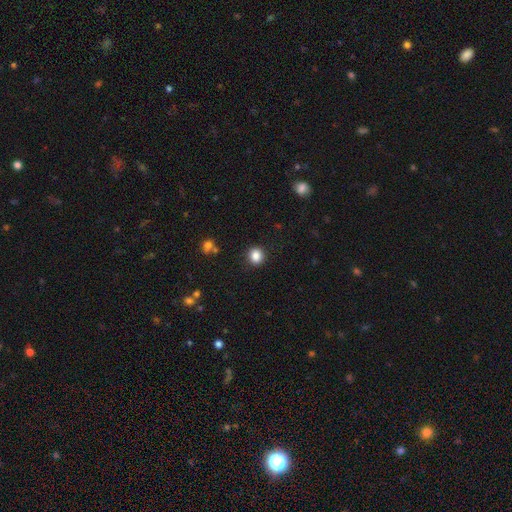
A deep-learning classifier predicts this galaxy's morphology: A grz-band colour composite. It shows a smooth galaxy with no disk features (86%) that is round (83%). Merging: none (90%).